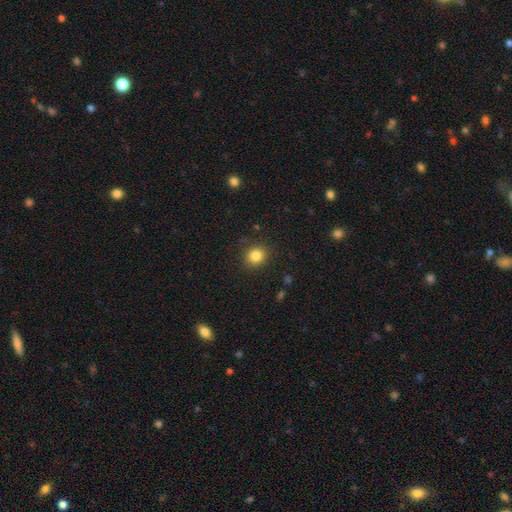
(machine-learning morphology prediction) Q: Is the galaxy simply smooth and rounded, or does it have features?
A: smooth — 84%.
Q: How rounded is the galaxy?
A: round — 83%.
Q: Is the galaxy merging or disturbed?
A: none — 89%.